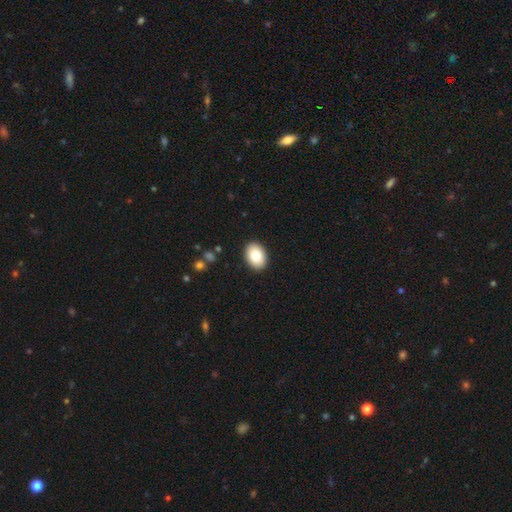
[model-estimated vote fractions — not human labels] smooth-or-featured: smooth: 81% | featured or disk: 12% | star or artifact: 7%
  how-rounded: in between: 81% | round: 18% | cigar-shaped: 1%
  merging: none: 91% | minor disturbance: 6% | major disturbance: 2% | merger: 1%